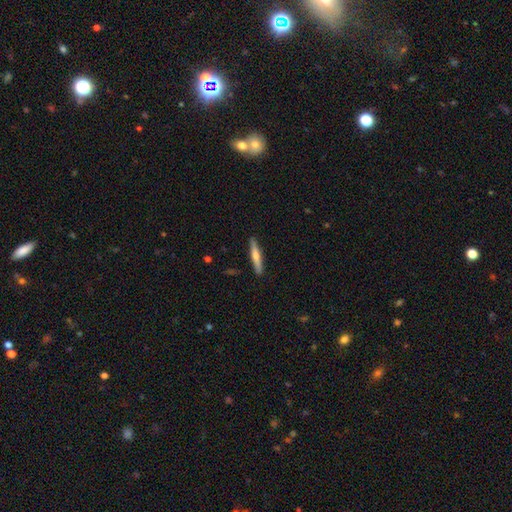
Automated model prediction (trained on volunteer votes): Q: Smooth or featured?
A: featured or disk (56%); runner-up: smooth (39%)
Q: Edge-on disk?
A: yes (97%); runner-up: no (3%)
Q: Edge-on bulge?
A: rounded (86%); runner-up: none (10%)
Q: Merging?
A: none (90%); runner-up: minor disturbance (7%)